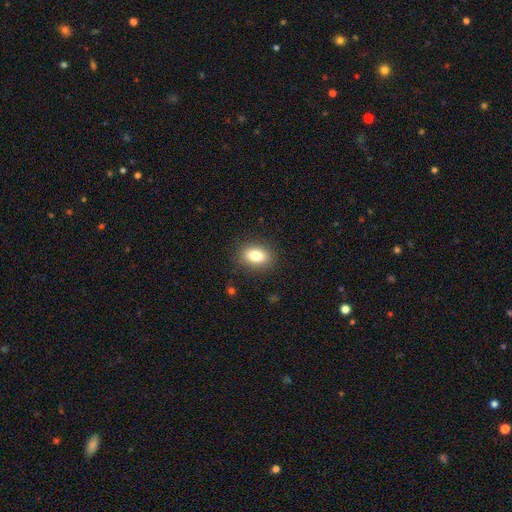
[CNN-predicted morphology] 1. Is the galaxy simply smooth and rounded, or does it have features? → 82% smooth, 9% featured or disk, 9% star or artifact.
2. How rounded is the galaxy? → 81% in between, 17% round, 2% cigar-shaped.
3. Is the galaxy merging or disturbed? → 87% none, 9% minor disturbance, 3% major disturbance, 1% merger.